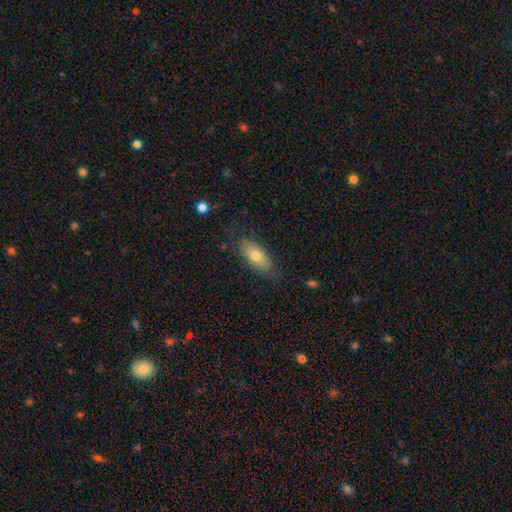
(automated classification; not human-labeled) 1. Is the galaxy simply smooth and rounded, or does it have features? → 69% smooth, 24% featured or disk, 7% star or artifact.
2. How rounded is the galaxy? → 83% in between, 13% cigar-shaped, 3% round.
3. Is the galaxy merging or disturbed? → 76% none, 17% minor disturbance, 5% major disturbance, 1% merger.